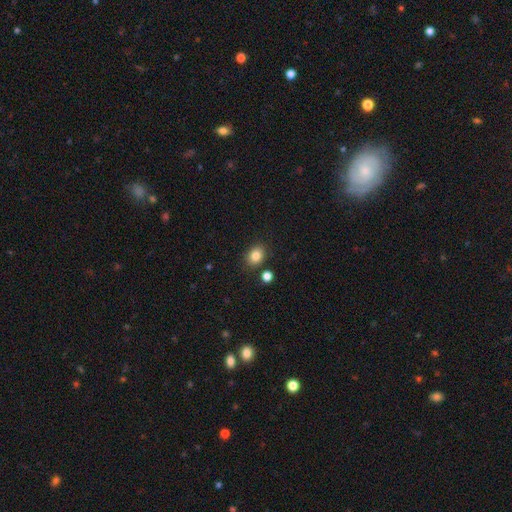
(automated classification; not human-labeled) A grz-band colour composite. It shows a smooth galaxy with no disk features (84%) that is in between round and cigar-shaped (51%). Merging: none (82%).